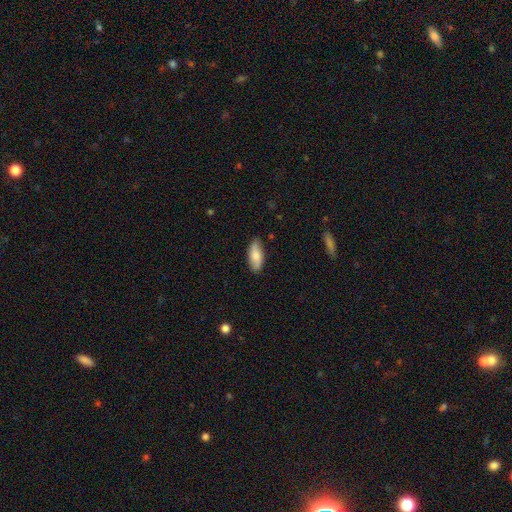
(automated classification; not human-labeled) smooth-or-featured: smooth: 78% | featured or disk: 16% | star or artifact: 6%
  how-rounded: in between: 80% | cigar-shaped: 18% | round: 2%
  merging: none: 84% | minor disturbance: 13% | major disturbance: 2% | merger: 1%